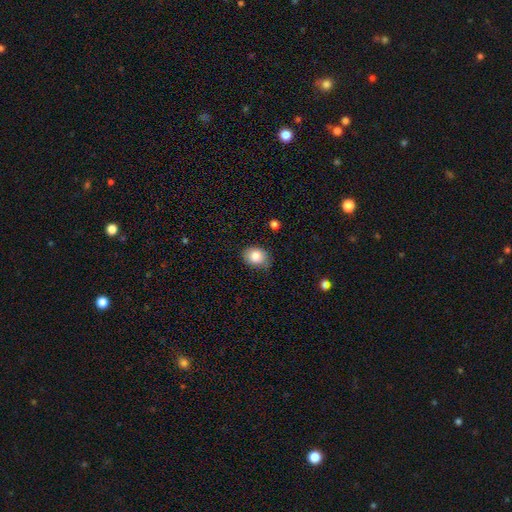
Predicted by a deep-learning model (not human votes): smooth-or-featured: smooth: 84% | star or artifact: 8% | featured or disk: 8%
  how-rounded: in between: 53% | round: 46% | cigar-shaped: 1%
  merging: none: 70% | minor disturbance: 23% | major disturbance: 4% | merger: 2%